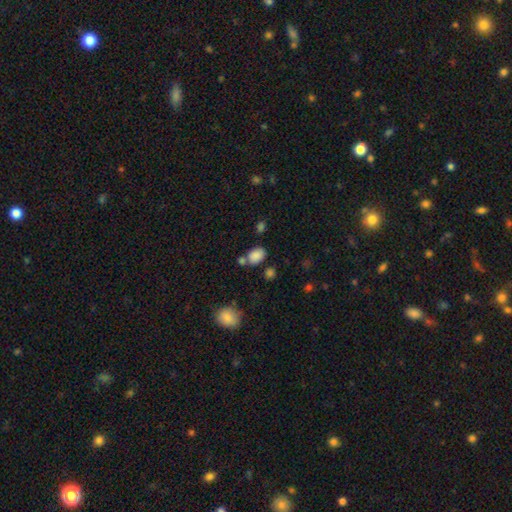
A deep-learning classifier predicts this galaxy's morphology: Smooth or featured: smooth — 84% (star or artifact — 10%)
How rounded: in between — 78% (round — 21%)
Merging: none — 60% (merger — 21%)